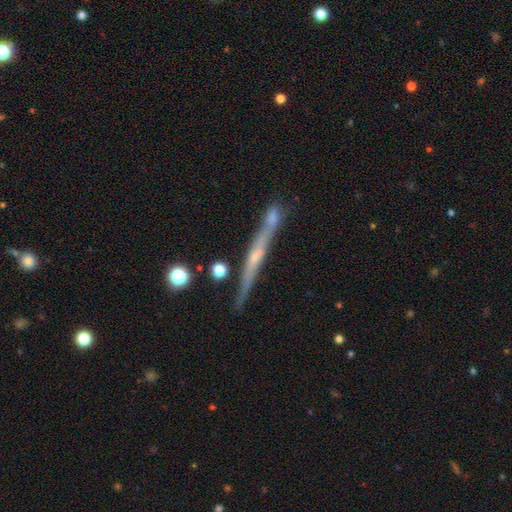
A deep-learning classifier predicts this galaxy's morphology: This is likely a featured or disk galaxy (68%). It is clearly viewed edge-on (95%). Edge-on bulge: possibly none (50%). Merging: likely none (72%).